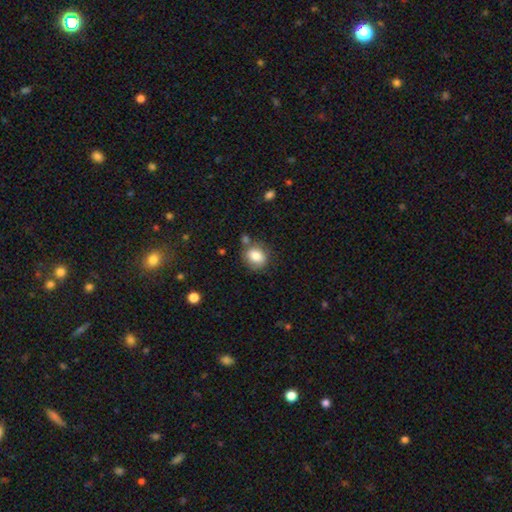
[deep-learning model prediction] This appears to be a smooth galaxy with no disk features (79%) that is round (71%). Merging: none (69%).